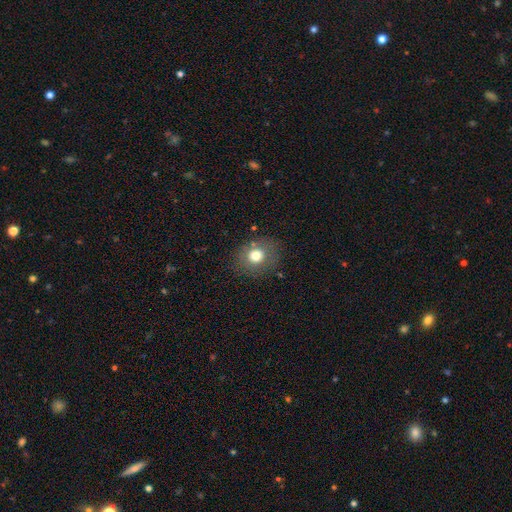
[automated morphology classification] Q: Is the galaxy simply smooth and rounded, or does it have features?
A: smooth — 73%.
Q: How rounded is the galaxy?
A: round — 68%.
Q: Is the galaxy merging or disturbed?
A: none — 81%.